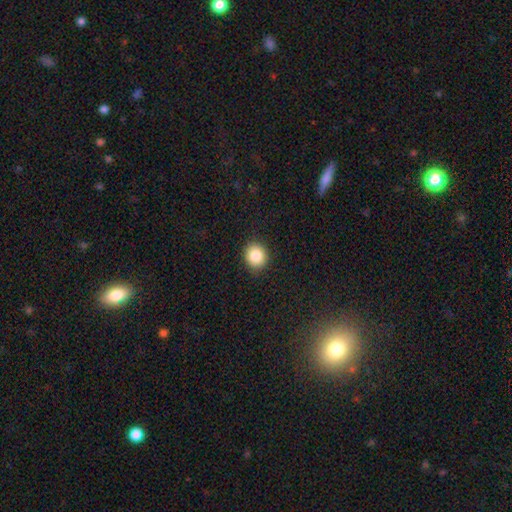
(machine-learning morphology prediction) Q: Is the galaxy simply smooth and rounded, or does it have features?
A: smooth — 86%.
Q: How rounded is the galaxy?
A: round — 78%.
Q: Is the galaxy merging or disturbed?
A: none — 90%.